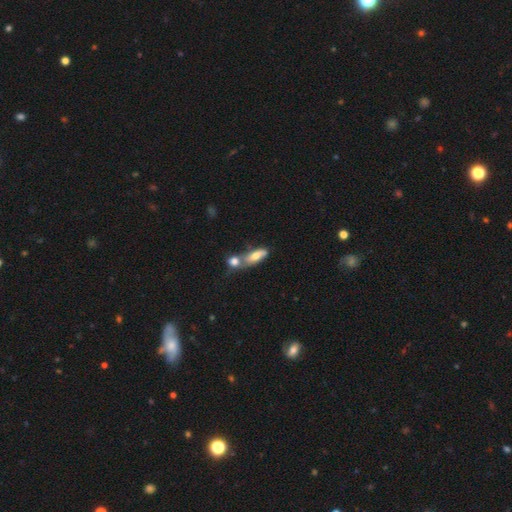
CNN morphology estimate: Q: Smooth or featured?
A: smooth (67%); runner-up: featured or disk (25%)
Q: How rounded?
A: in between (66%); runner-up: cigar-shaped (29%)
Q: Merging?
A: merger (51%); runner-up: none (32%)